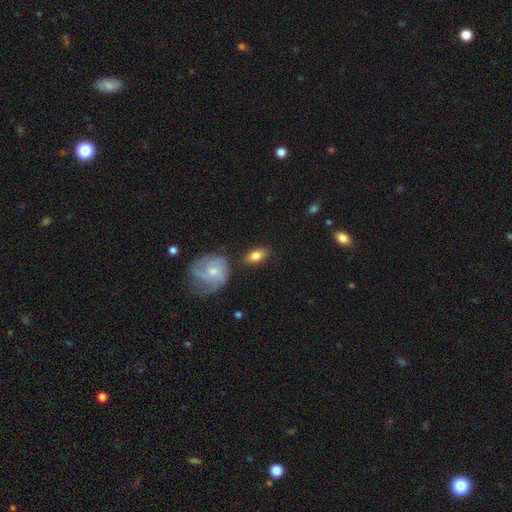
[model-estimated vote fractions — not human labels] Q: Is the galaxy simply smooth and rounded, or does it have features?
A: smooth — 75%.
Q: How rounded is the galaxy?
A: in between — 85%.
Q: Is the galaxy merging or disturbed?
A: none — 78%.